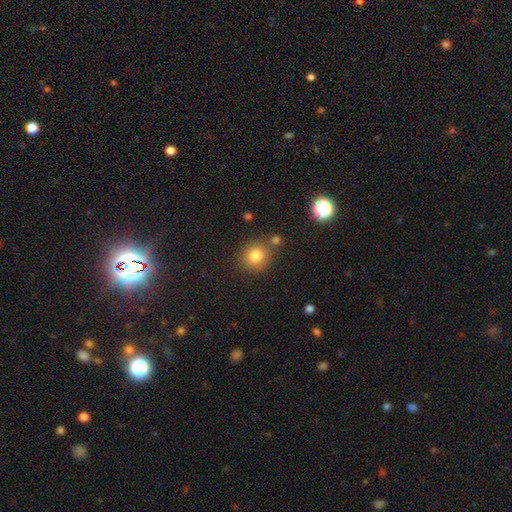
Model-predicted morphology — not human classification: smooth 81%, star or artifact 12%, featured or disk 7%. Down the decision tree: how rounded — round (87%); merging — none (76%).